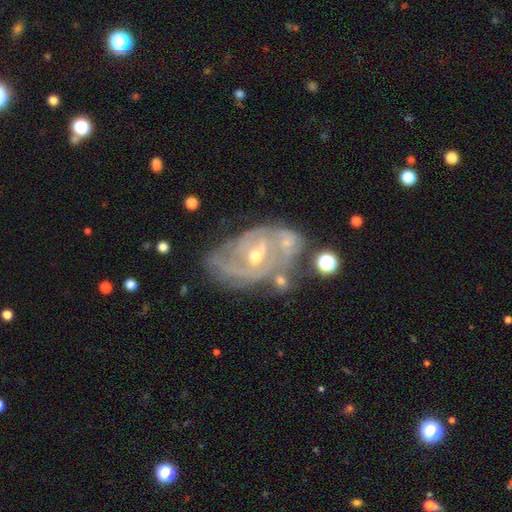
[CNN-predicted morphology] type=featured or disk (85%); edge-on=no (96%); bar=weak (43%); spiral arms=yes (88%); winding=tight (56%); arm count=2 (41%); bulge=small (52%); merging=none (53%).